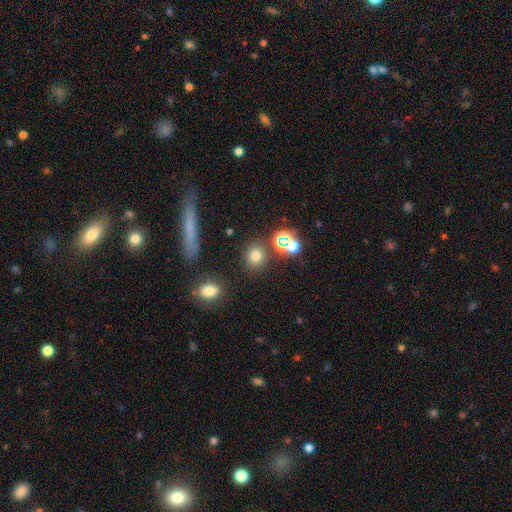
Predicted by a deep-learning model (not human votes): Smooth or featured?
  - smooth: 72% *
  - star or artifact: 20%
  - featured or disk: 8%
How rounded?
  - round: 82% *
  - in between: 16%
  - cigar-shaped: 2%
Merging?
  - none: 81% *
  - minor disturbance: 8%
  - merger: 7%
  - major disturbance: 3%